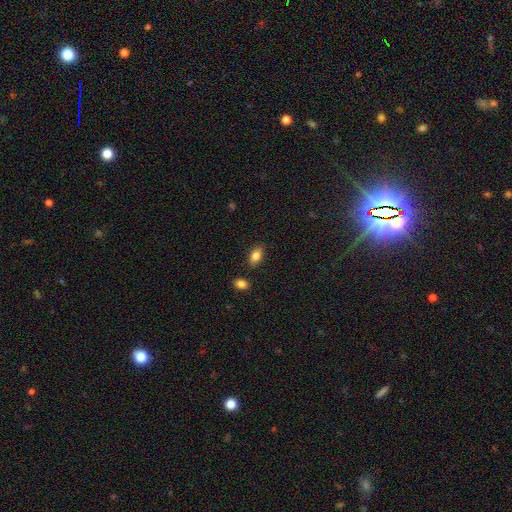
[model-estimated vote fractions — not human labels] Smooth or featured? smooth (83%)
How rounded? in between (88%)
Merging? none (83%)